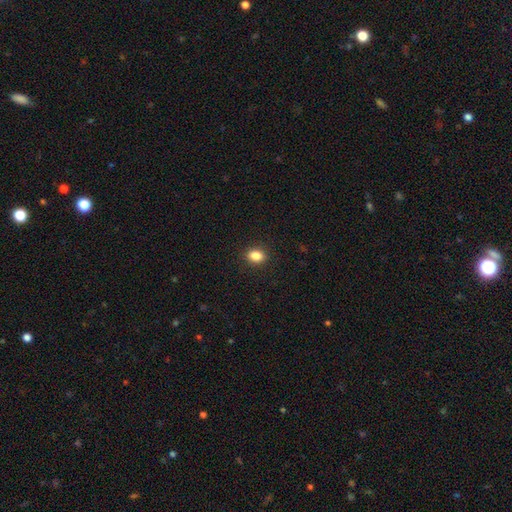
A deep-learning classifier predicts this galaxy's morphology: smooth_or_featured: smooth (p=0.85) [alt: star or artifact p=0.10]
how_rounded: in between (p=0.58) [alt: round p=0.41]
merging: none (p=0.90) [alt: minor disturbance p=0.07]